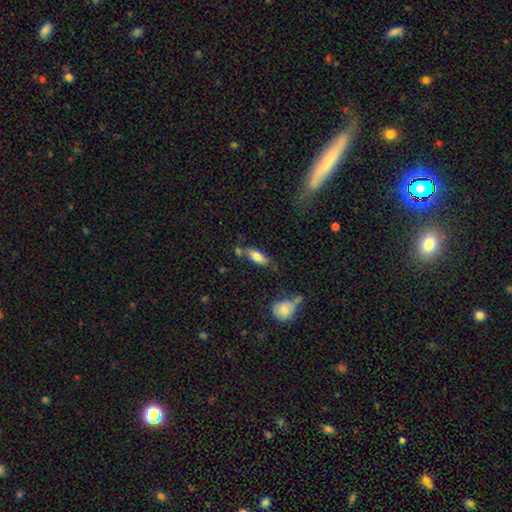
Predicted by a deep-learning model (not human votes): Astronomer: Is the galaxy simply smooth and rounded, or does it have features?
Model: smooth — 77%.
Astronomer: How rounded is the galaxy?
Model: in between — 77%.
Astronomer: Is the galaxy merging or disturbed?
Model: none — 62%.